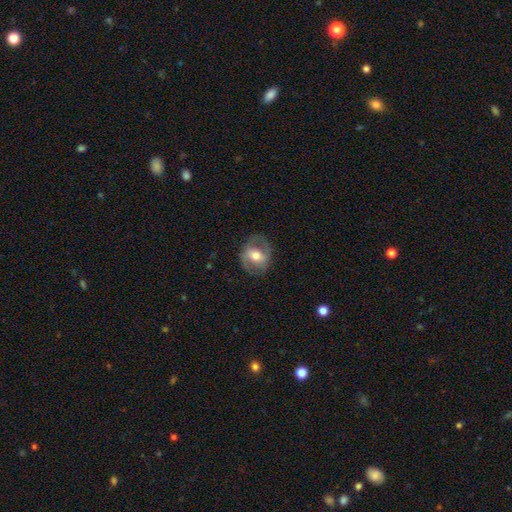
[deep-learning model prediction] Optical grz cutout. It shows a featured or disk galaxy (60%) with a weak bar (38%), spiral arms (64%) and a moderate central bulge (70%). Merging: none (77%).